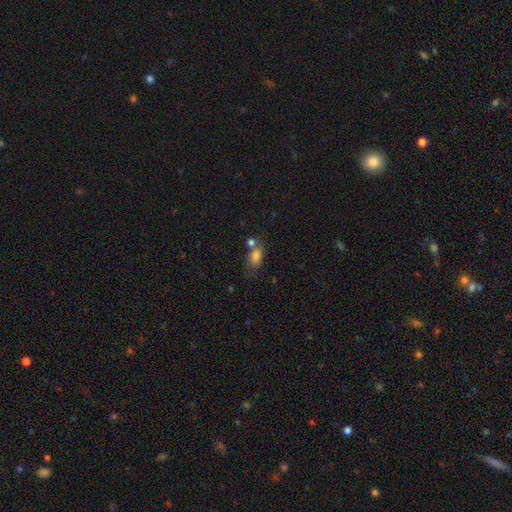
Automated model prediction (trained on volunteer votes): smooth 79%, star or artifact 11%, featured or disk 10%. Down the decision tree: how rounded — in between (84%); merging — none (48%).